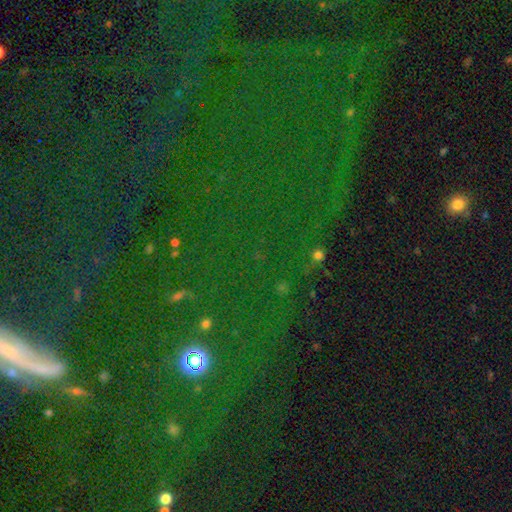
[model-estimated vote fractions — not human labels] This is likely a star or artifact rather than a galaxy (79%).